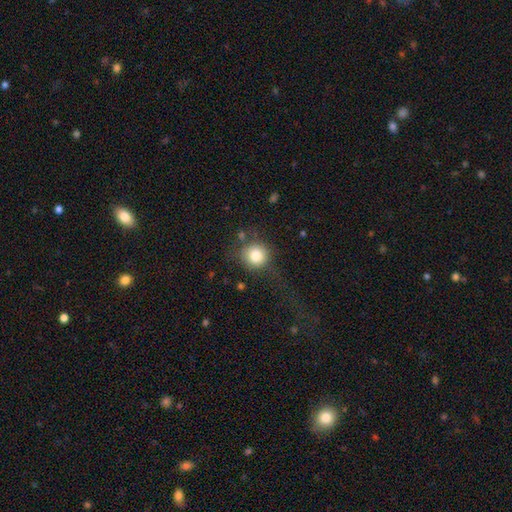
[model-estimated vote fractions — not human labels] Smooth or featured? smooth (82%)
How rounded? round (91%)
Merging? none (71%)